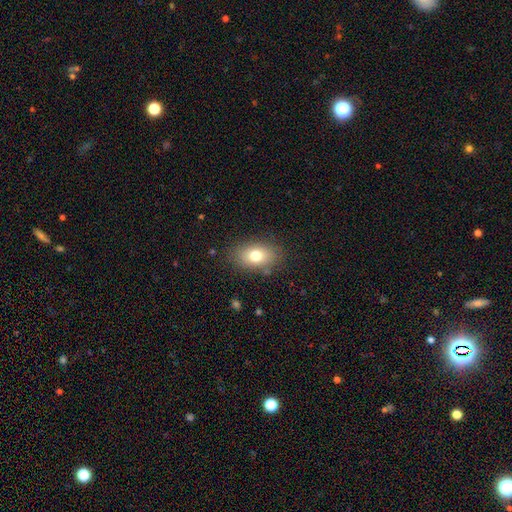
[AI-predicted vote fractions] smooth 76%, featured or disk 14%, star or artifact 10%. Down the decision tree: how rounded — in between (83%); merging — none (83%).